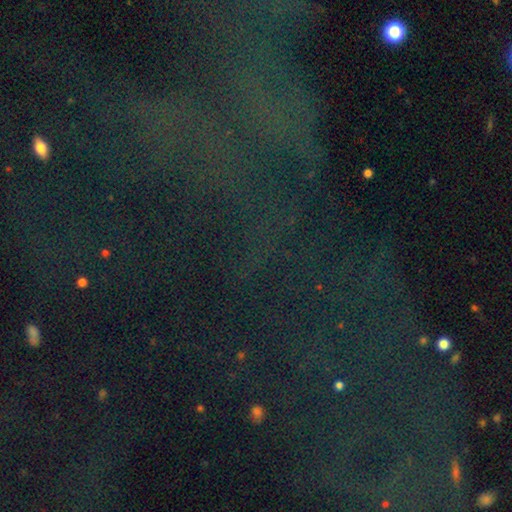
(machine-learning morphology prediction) Smooth or featured?
  - star or artifact: 79% *
  - smooth: 11%
  - featured or disk: 10%